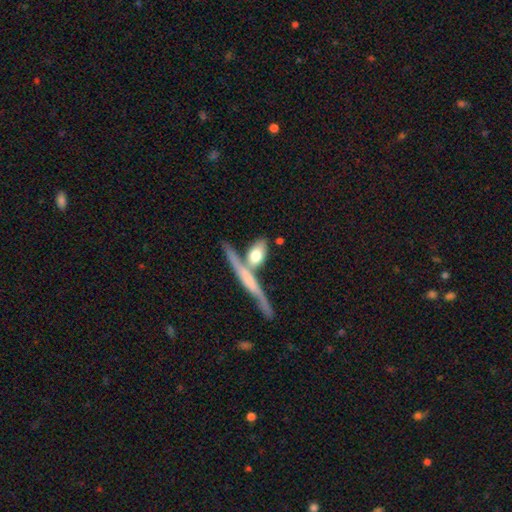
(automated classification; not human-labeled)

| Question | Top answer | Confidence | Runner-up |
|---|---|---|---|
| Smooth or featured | smooth | 66% | featured or disk (28%) |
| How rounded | in between | 63% | cigar-shaped (26%) |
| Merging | none | 48% | merger (30%) |